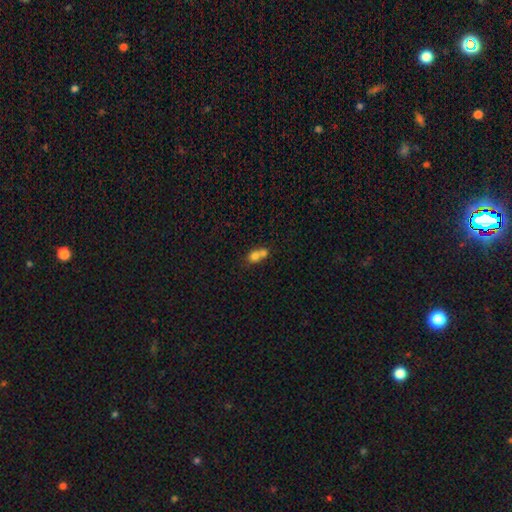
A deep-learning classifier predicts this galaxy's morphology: Smooth or featured: smooth — 71% (featured or disk — 18%)
How rounded: round — 57% (in between — 40%)
Merging: merger — 70% (none — 21%)